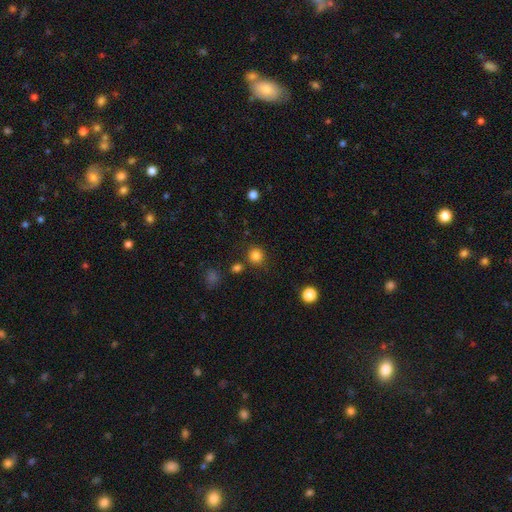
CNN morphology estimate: Q: Smooth or featured?
A: smooth (84%); runner-up: star or artifact (12%)
Q: How rounded?
A: round (91%); runner-up: in between (8%)
Q: Merging?
A: none (82%); runner-up: minor disturbance (9%)